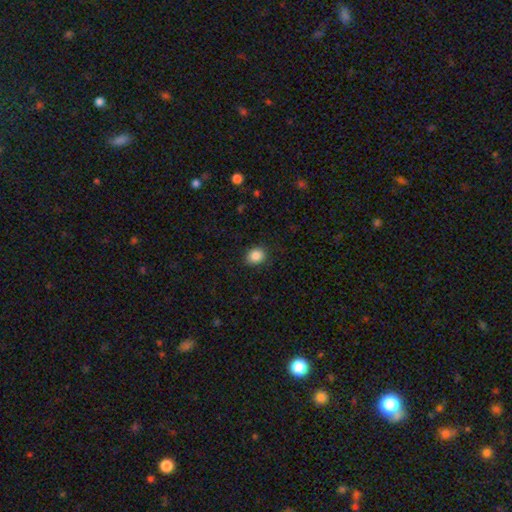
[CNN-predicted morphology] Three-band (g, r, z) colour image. It shows a smooth galaxy with no disk features (87%) that is round (64%). Merging: none (88%).